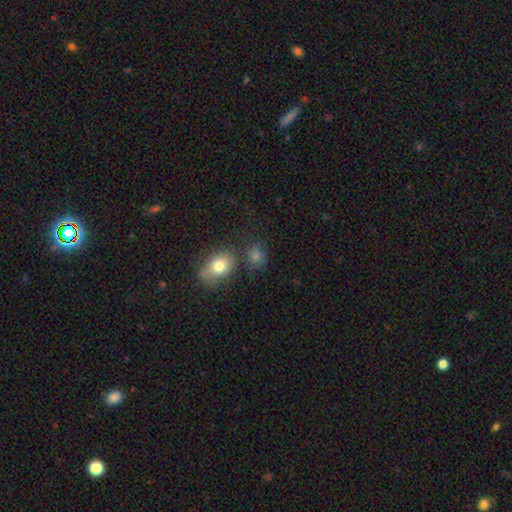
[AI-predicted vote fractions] smooth-or-featured: smooth: 73% | star or artifact: 16% | featured or disk: 11%
  how-rounded: in between: 50% | round: 48% | cigar-shaped: 2%
  merging: none: 59% | merger: 18% | minor disturbance: 16% | major disturbance: 6%